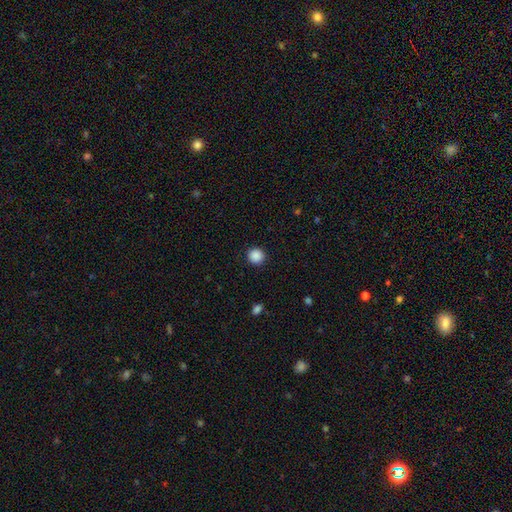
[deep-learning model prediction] Smooth or featured?
  - smooth: 89% *
  - star or artifact: 9%
  - featured or disk: 2%
How rounded?
  - round: 93% *
  - in between: 7%
  - cigar-shaped: 1%
Merging?
  - none: 92% *
  - minor disturbance: 5%
  - major disturbance: 2%
  - merger: 1%